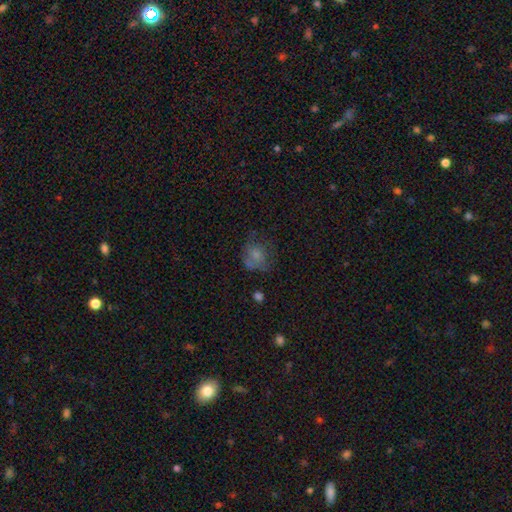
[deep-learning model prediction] Morphology: type=smooth (66%); roundness=round (68%); merging=none (46%).